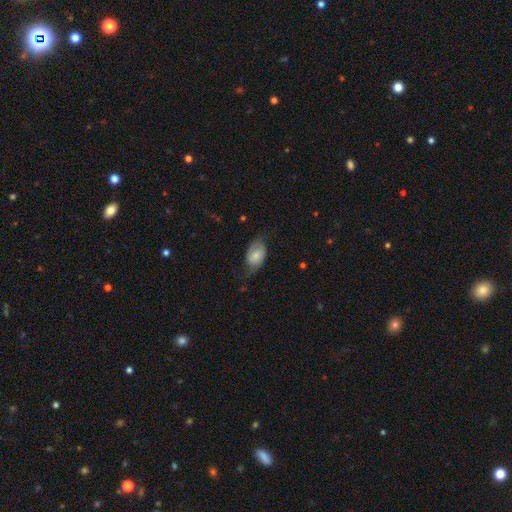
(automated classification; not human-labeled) Smooth or featured? smooth (63%)
How rounded? in between (88%)
Merging? none (52%)